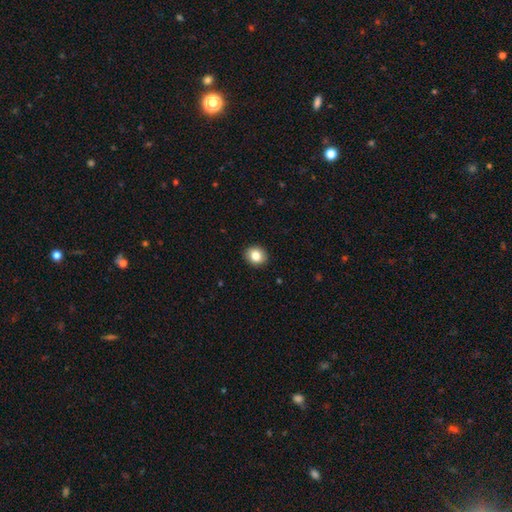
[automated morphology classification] Q: Smooth or featured?
A: smooth (83%); runner-up: star or artifact (9%)
Q: How rounded?
A: round (69%); runner-up: in between (30%)
Q: Merging?
A: none (91%); runner-up: minor disturbance (6%)